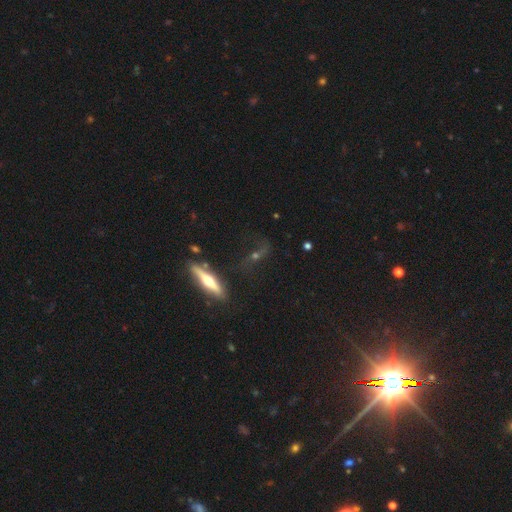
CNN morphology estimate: Q: Smooth or featured?
A: featured or disk (58%); runner-up: smooth (23%)
Q: Edge-on disk?
A: yes (65%); runner-up: no (35%)
Q: Merging?
A: none (61%); runner-up: minor disturbance (18%)